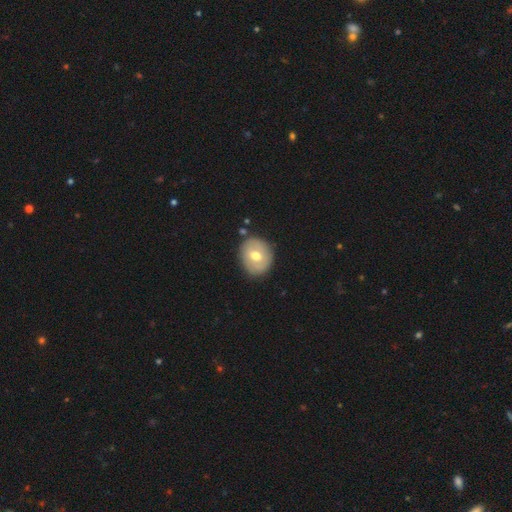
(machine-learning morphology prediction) smooth-or-featured: smooth: 58% | featured or disk: 36% | star or artifact: 6%
  how-rounded: round: 69% | in between: 30% | cigar-shaped: 1%
  merging: none: 82% | minor disturbance: 12% | major disturbance: 3% | merger: 3%